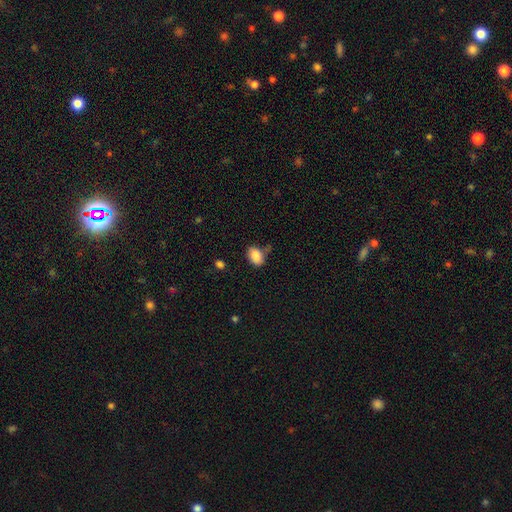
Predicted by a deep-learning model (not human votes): smooth 88%, star or artifact 8%, featured or disk 5%. Down the decision tree: how rounded — in between (81%); merging — none (66%).